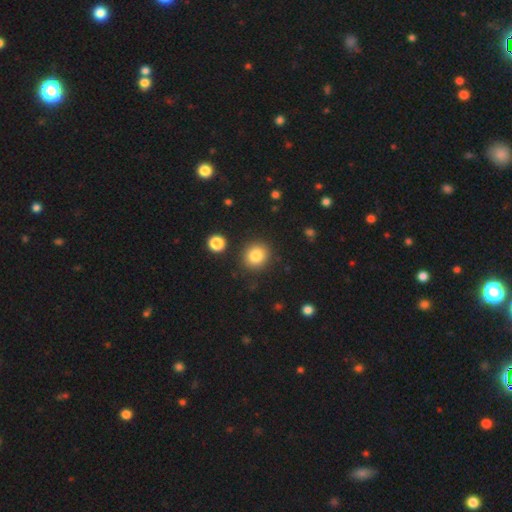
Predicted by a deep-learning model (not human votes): Morphology: type=smooth (83%); roundness=round (86%); merging=none (87%).